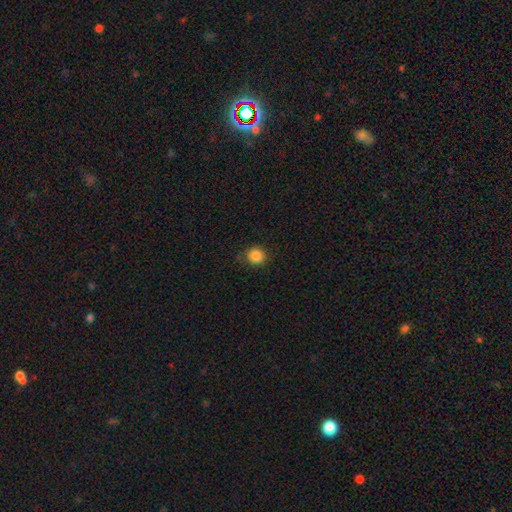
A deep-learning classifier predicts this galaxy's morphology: Smooth or featured: smooth — 86% (star or artifact — 11%)
How rounded: round — 89% (in between — 10%)
Merging: none — 83% (minor disturbance — 13%)